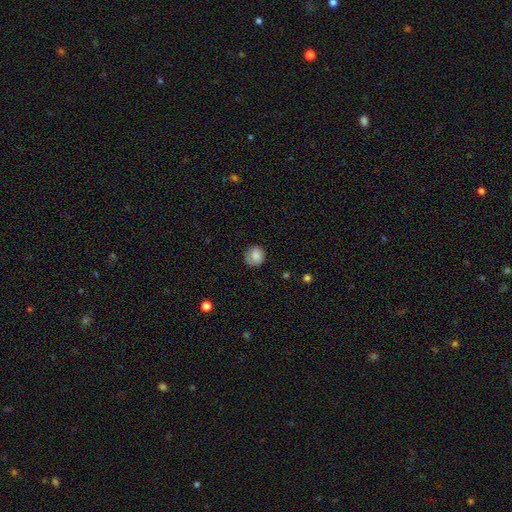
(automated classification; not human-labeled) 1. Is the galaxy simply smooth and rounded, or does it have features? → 83% smooth, 9% star or artifact, 8% featured or disk.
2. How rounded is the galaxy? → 80% round, 19% in between, 1% cigar-shaped.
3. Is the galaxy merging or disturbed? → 74% none, 19% minor disturbance, 6% major disturbance, 1% merger.